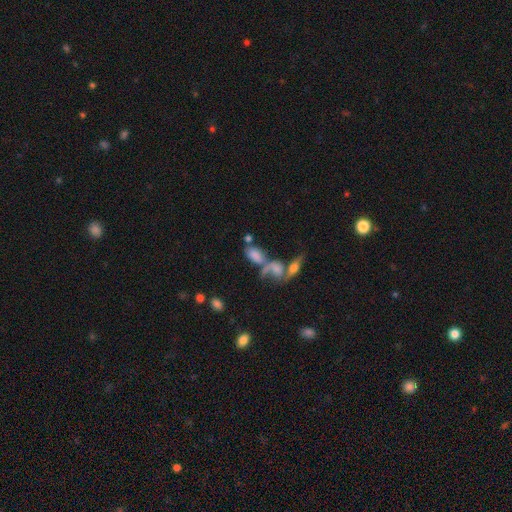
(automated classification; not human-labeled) A smooth galaxy with no disk features (54%) that is in between round and cigar-shaped (81%).

Vote fractions:
- Smooth or featured? smooth: 54% / featured or disk: 28% / star or artifact: 17%
- How rounded? in between: 81% / round: 11% / cigar-shaped: 8%
- Merging? merger: 55% / none: 23% / major disturbance: 12% / minor disturbance: 10%